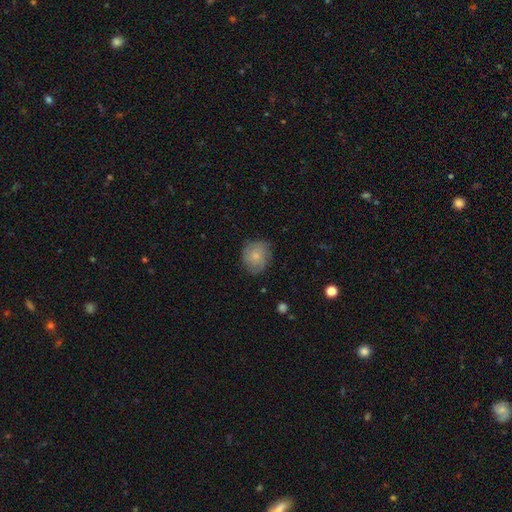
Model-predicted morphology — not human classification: Smooth or featured? Predicted: smooth (p=0.68). How rounded? Predicted: round (p=0.71). Merging? Predicted: none (p=0.75).